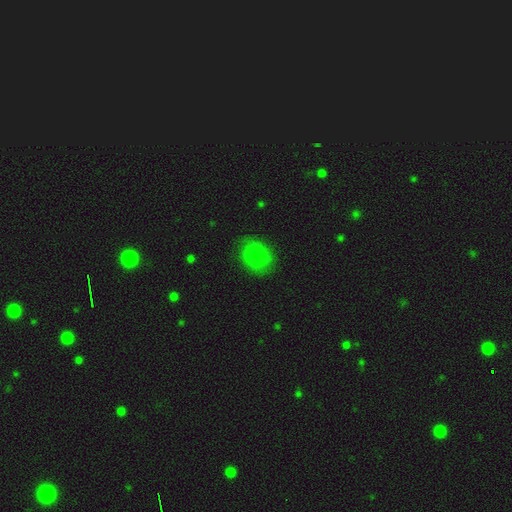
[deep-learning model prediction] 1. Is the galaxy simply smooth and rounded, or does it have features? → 79% smooth, 11% featured or disk, 10% star or artifact.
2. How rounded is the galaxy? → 55% round, 44% in between, 1% cigar-shaped.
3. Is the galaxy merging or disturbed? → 75% none, 19% minor disturbance, 5% major disturbance, 1% merger.